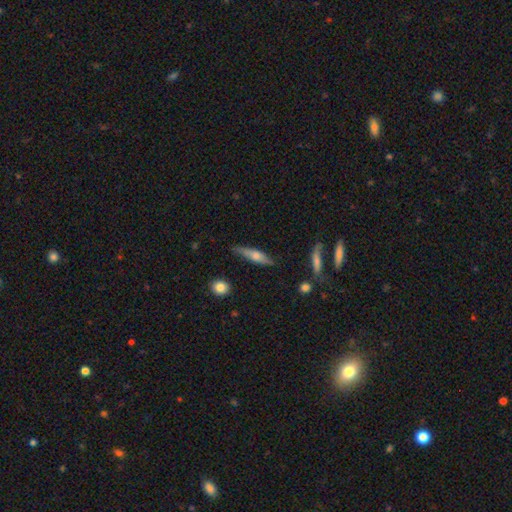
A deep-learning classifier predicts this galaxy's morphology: featured or disk 48%, smooth 46%, star or artifact 6%. Down the decision tree: merging — none (72%).